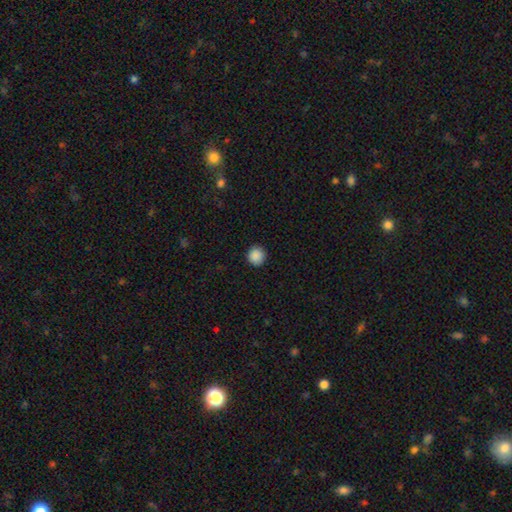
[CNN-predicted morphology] Overall: smooth (89%). How rounded: round (93%). Merging: none (92%).